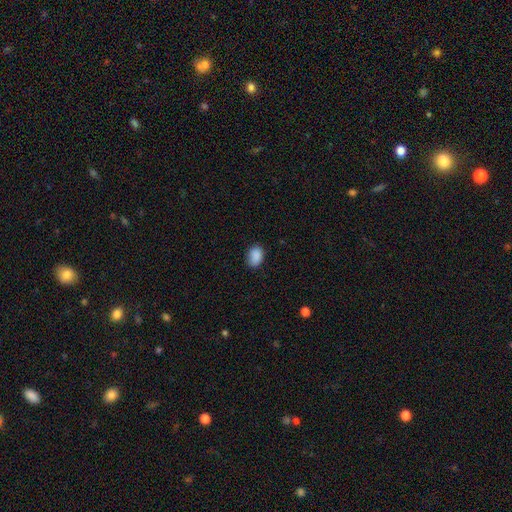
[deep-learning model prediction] Smooth or featured? smooth (89%)
How rounded? in between (81%)
Merging? none (81%)